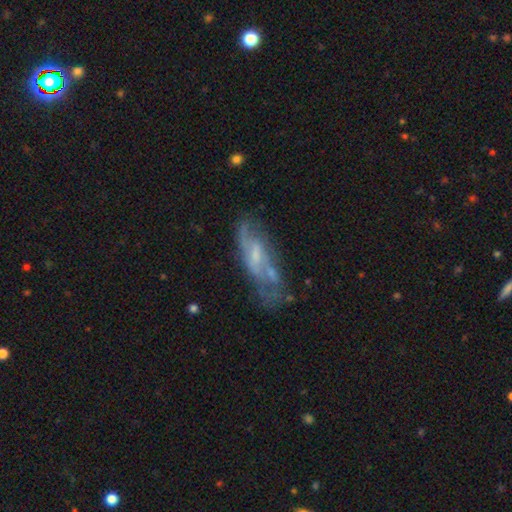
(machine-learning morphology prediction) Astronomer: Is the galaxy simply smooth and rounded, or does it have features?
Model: featured or disk — 65%.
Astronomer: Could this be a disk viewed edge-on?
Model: no — 79%.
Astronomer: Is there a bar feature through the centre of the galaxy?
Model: no — 49% (runner-up: weak, 39%).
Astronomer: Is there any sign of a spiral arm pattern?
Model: yes — 57% (runner-up: no, 43%).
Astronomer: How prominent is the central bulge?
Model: small — 47% (runner-up: moderate, 29%).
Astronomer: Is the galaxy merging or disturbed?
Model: none — 50%.